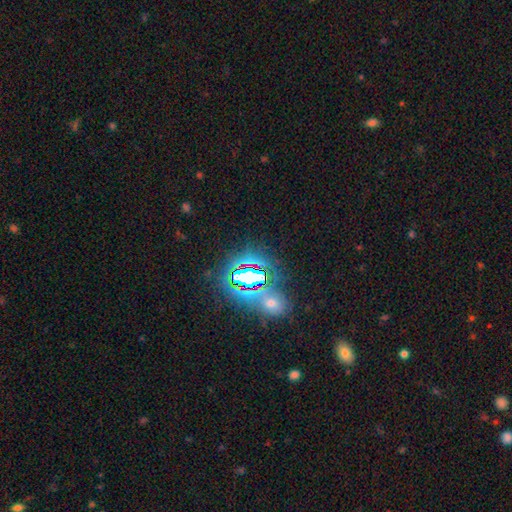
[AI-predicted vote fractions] smooth_or_featured: star or artifact (p=0.74) [alt: smooth p=0.16]